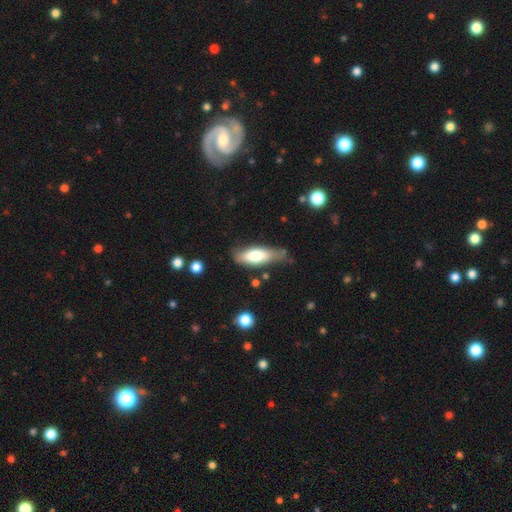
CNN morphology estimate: smooth-or-featured: smooth: 67% | featured or disk: 27% | star or artifact: 6%
  how-rounded: in between: 62% | cigar-shaped: 36% | round: 2%
  merging: none: 57% | minor disturbance: 30% | major disturbance: 8% | merger: 5%